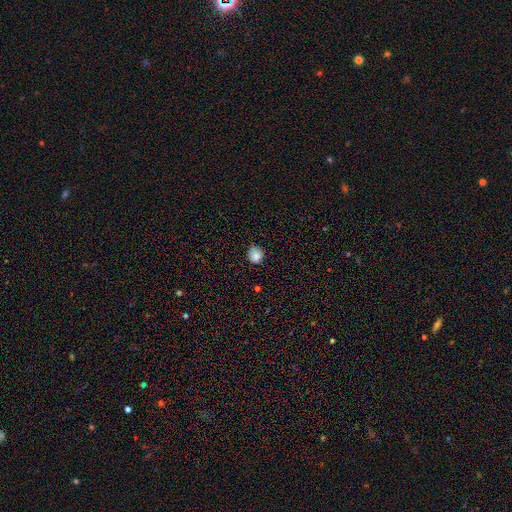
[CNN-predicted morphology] This appears to be a smooth galaxy with no disk features (84%) that is round (86%). Merging: none (68%).